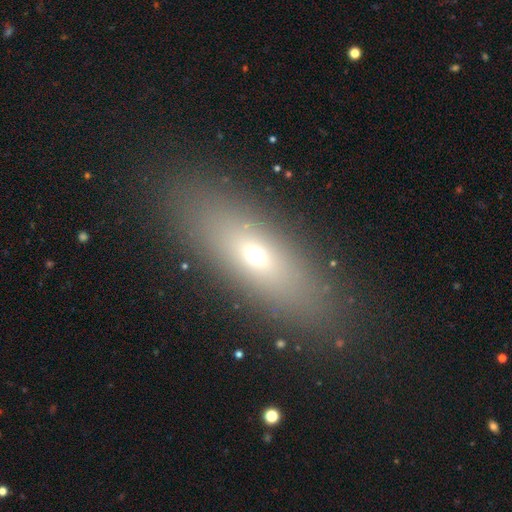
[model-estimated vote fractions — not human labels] This is possibly a smooth galaxy (60%). How rounded: possibly in between (54%). Merging: clearly none (86%).